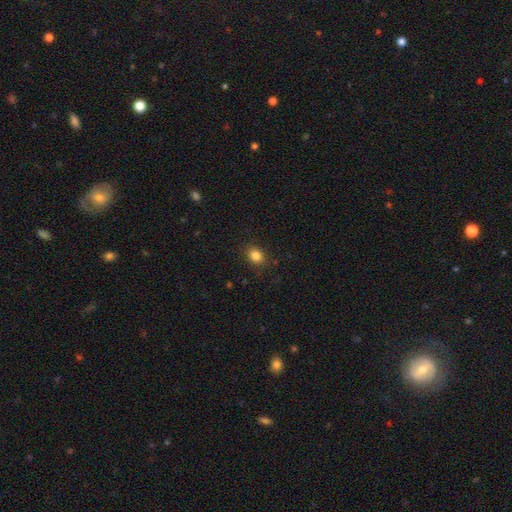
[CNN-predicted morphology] The model was most divided on "how rounded": in between: 56%, round: 43%, cigar-shaped: 1%. More confident: merging — none (87%); smooth or featured — smooth (85%).